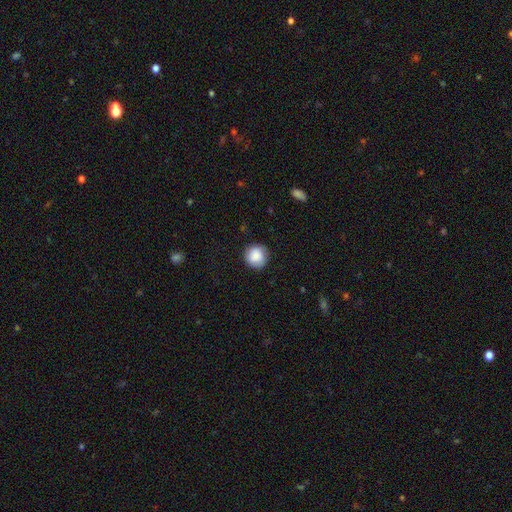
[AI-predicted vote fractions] This is clearly a smooth galaxy (83%). How rounded: clearly round (93%). Merging: clearly none (83%).